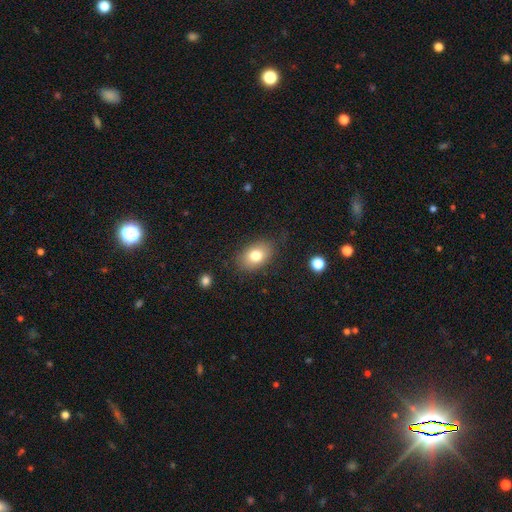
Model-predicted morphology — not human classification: The model was most divided on "how rounded": in between: 80%, round: 19%, cigar-shaped: 1%. More confident: merging — none (81%); smooth or featured — smooth (78%).